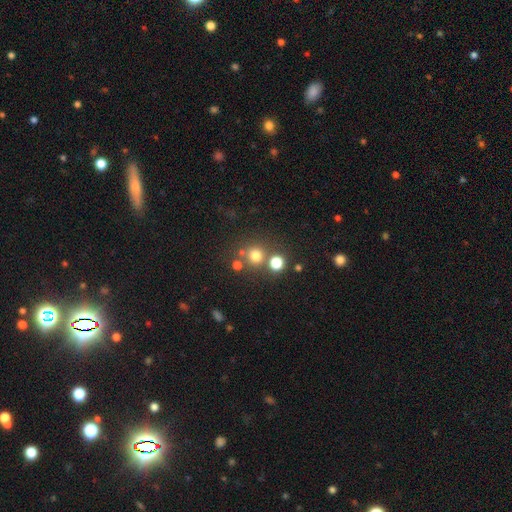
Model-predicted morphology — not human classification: Overall: smooth (71%). How rounded: round (91%). Merging: none (69%).